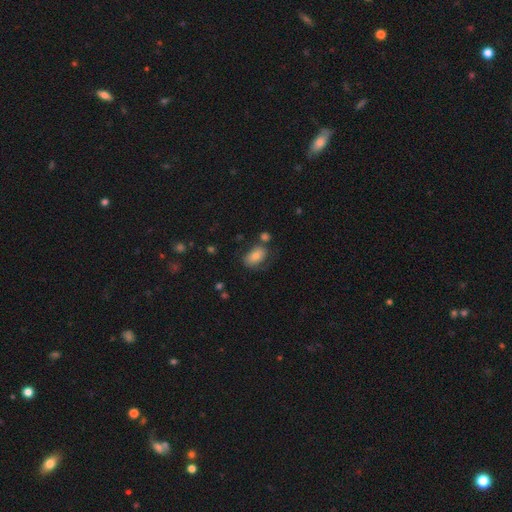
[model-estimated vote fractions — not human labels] This appears to be a smooth galaxy with no disk features (72%) that is in between round and cigar-shaped (88%). Merging: none (56%).